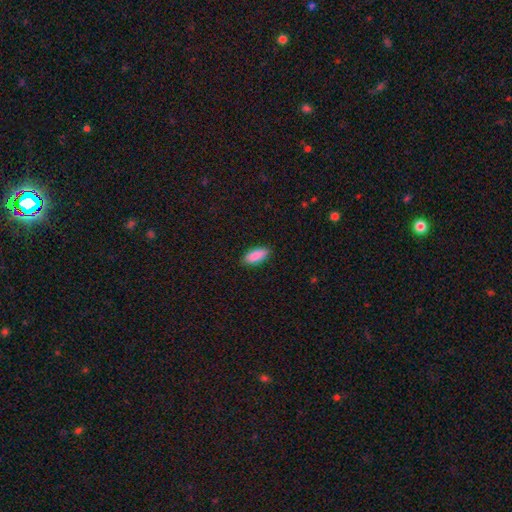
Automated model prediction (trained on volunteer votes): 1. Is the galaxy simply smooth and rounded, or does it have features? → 90% smooth, 6% star or artifact, 4% featured or disk.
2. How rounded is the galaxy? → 85% in between, 13% cigar-shaped, 2% round.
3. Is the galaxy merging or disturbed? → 88% none, 9% minor disturbance, 2% major disturbance, 1% merger.